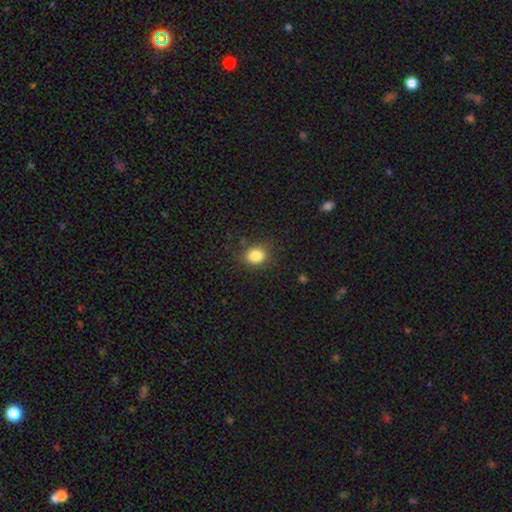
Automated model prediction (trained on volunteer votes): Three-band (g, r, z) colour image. It shows a smooth galaxy with no disk features (84%) that is round (50%). Merging: none (82%).